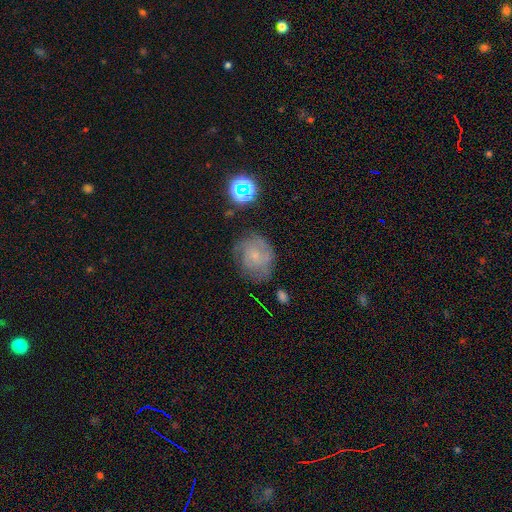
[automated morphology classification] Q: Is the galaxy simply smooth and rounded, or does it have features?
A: featured or disk — 48%.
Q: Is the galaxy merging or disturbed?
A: none — 56%.